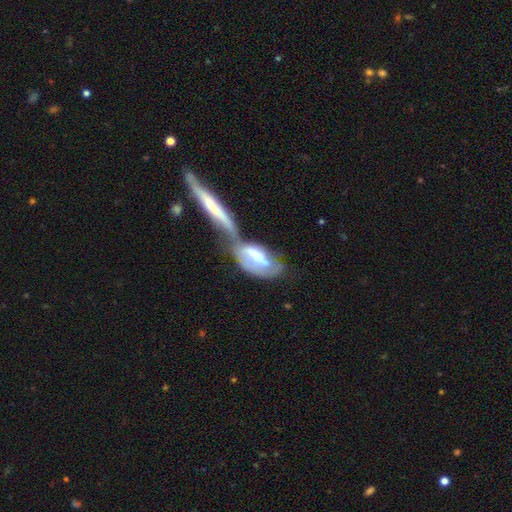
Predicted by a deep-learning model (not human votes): featured or disk 56%, smooth 38%, star or artifact 6%. Down the decision tree: edge-on disk — no (84%); merging — merger (64%).